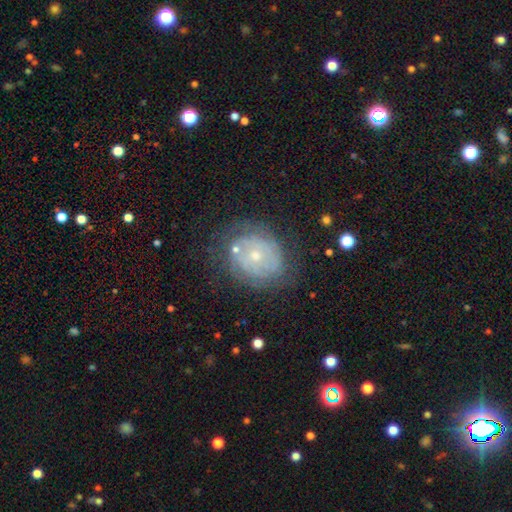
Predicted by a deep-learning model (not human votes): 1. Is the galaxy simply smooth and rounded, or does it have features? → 69% featured or disk, 23% smooth, 9% star or artifact.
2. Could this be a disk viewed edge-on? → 97% no, 3% yes.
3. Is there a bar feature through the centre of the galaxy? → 82% no, 15% weak, 3% strong.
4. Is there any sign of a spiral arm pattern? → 71% yes, 29% no.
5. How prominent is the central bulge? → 60% small, 36% moderate, 2% none, 2% large, 1% dominant.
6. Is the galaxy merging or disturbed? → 66% none, 21% minor disturbance, 10% major disturbance, 4% merger.